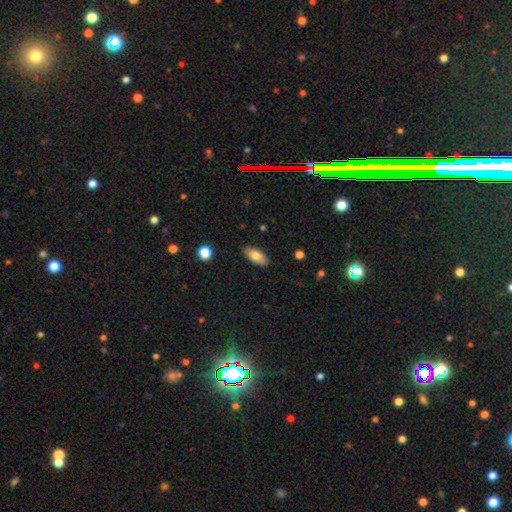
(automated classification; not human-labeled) Smooth or featured: smooth — 80% (featured or disk — 13%)
How rounded: in between — 87% (cigar-shaped — 11%)
Merging: none — 87% (minor disturbance — 10%)